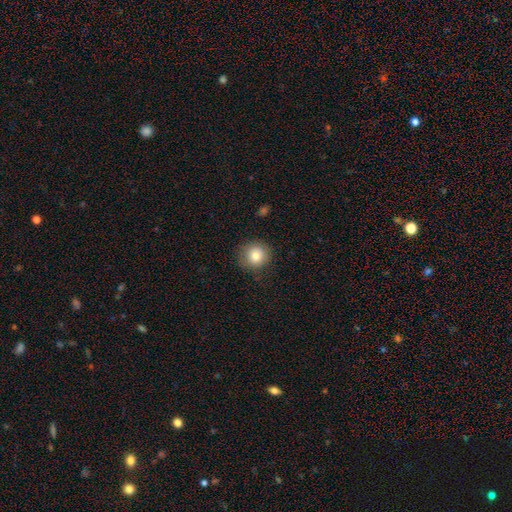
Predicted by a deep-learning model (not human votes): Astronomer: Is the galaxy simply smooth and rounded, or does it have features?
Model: smooth — 80%.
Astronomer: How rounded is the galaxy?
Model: round — 91%.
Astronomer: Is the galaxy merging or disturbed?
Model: none — 85%.